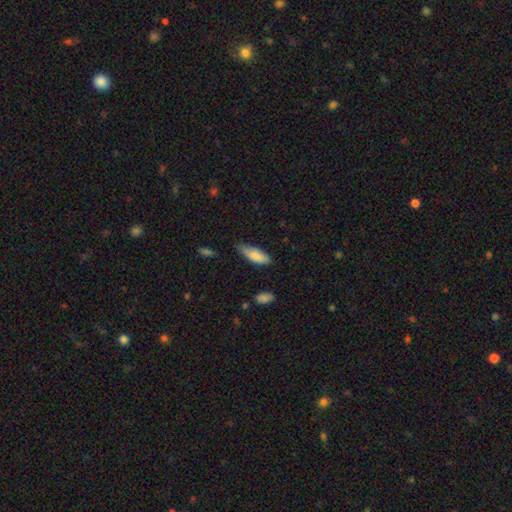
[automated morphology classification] This is clearly a smooth galaxy (83%). How rounded: likely in between (64%). Merging: likely none (64%).